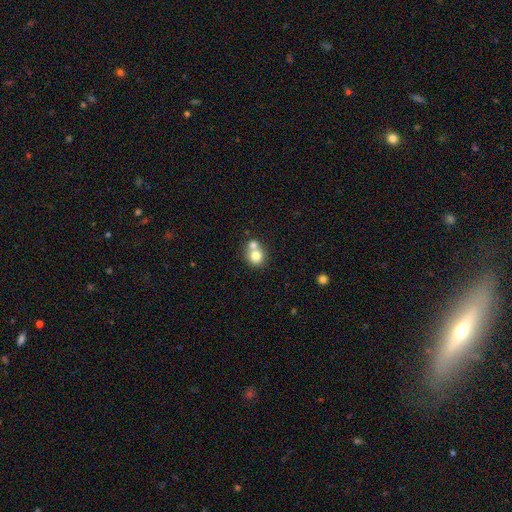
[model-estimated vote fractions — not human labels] Smooth or featured? smooth (75%)
How rounded? round (82%)
Merging? merger (51%)